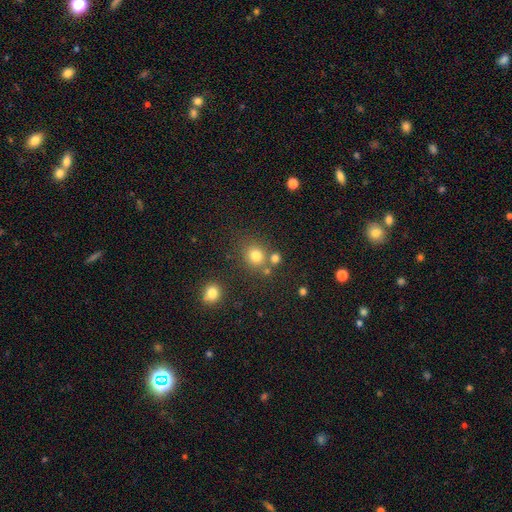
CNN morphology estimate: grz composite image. It shows a smooth galaxy with no disk features (77%) that is round (81%). Merging: none (70%).